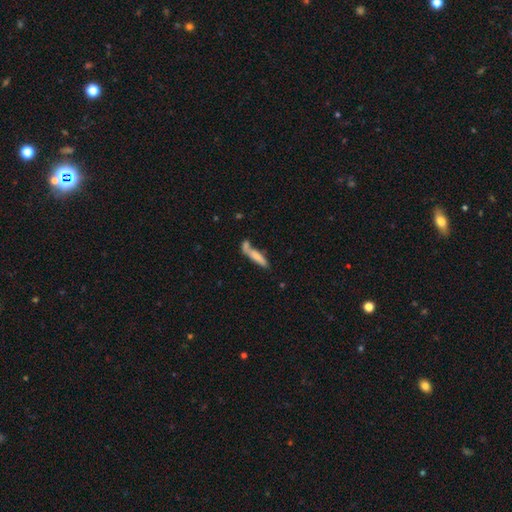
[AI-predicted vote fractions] The model was most divided on "merging": none: 43%, merger: 33%, minor disturbance: 17%, major disturbance: 7%. More confident: how rounded — cigar-shaped (80%); smooth or featured — smooth (68%).